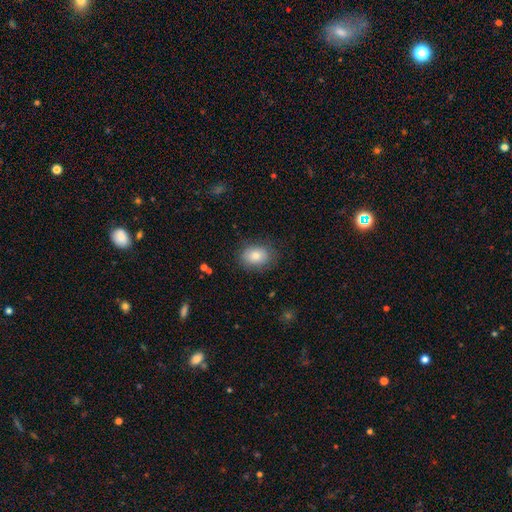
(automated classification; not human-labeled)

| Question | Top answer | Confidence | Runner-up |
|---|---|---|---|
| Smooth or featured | smooth | 81% | featured or disk (11%) |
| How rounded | in between | 66% | round (33%) |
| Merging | none | 78% | minor disturbance (16%) |